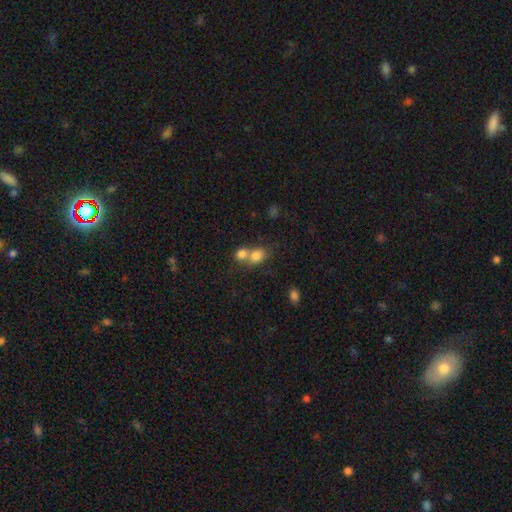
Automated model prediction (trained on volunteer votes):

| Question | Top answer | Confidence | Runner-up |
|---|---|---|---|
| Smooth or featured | smooth | 79% | featured or disk (10%) |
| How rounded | round | 51% | in between (48%) |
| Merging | merger | 60% | none (30%) |